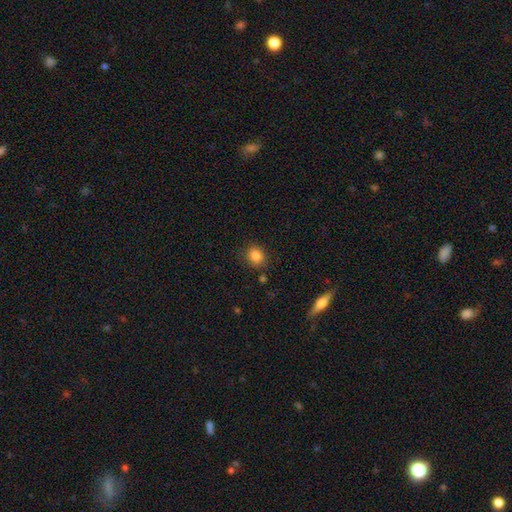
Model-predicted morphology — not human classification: smooth 85%, star or artifact 11%, featured or disk 5%. Down the decision tree: how rounded — round (63%); merging — none (84%).